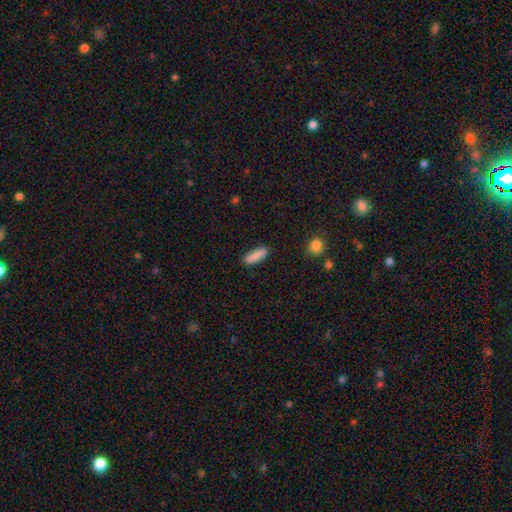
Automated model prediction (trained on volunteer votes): Smooth or featured? smooth (84%)
How rounded? in between (64%)
Merging? none (86%)